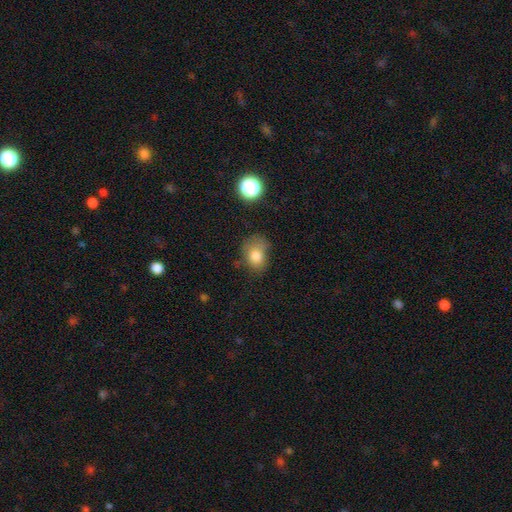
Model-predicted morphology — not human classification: A smooth galaxy with no disk features (78%) that is in between round and cigar-shaped (59%). Merging: none (43%).